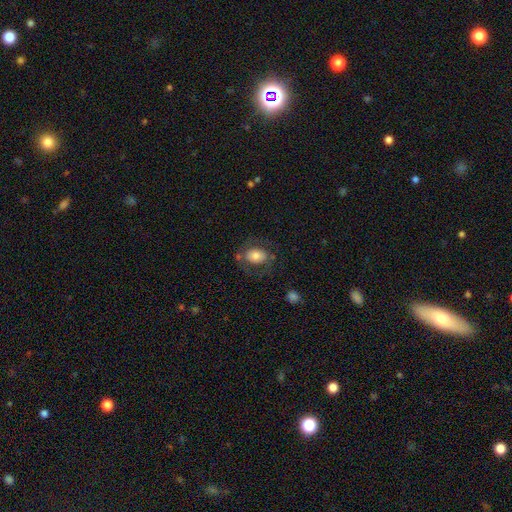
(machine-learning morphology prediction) Overall: smooth (67%). How rounded: in between (71%). Merging: none (64%).